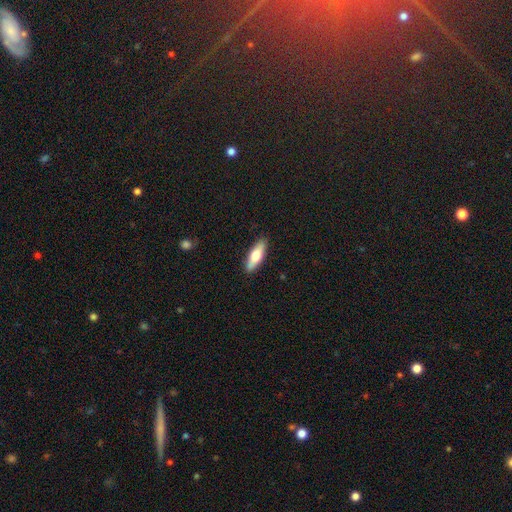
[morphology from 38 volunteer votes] A smooth galaxy with no disk features (53%) that is in between round and cigar-shaped (50%, tied with cigar-shaped). Merging: none (97%).